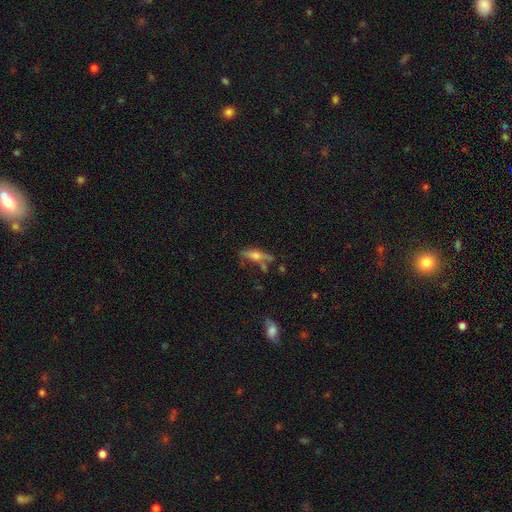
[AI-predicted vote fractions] This appears to be a featured or disk galaxy (50%). Merging: none (53%).